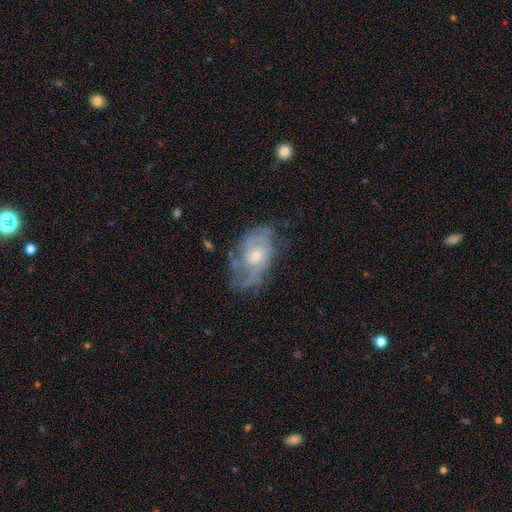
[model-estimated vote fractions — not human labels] The model was most divided on "spiral arm count": 2: 41%, can't tell: 36%, 3: 10%, 1: 6%, 4: 4%, more than 4: 3%. Remaining: edge-on disk — no (96%); spiral arms — yes (85%); smooth or featured — featured or disk (77%); bar — no (74%); bulge size — small (56%); merging — none (55%); spiral winding — tight (43%).